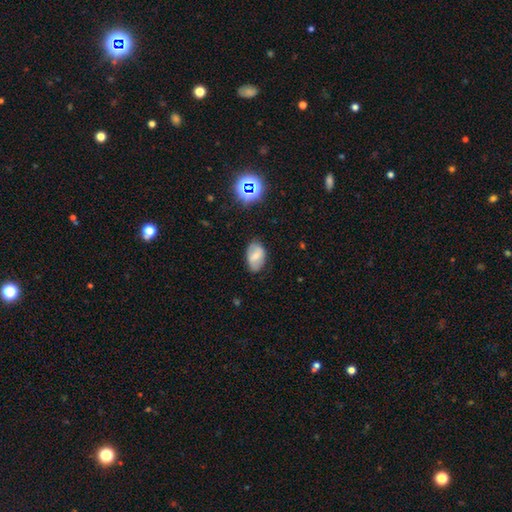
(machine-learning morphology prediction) smooth 60%, featured or disk 30%, star or artifact 10%. Down the decision tree: how rounded — in between (88%); merging — none (77%).